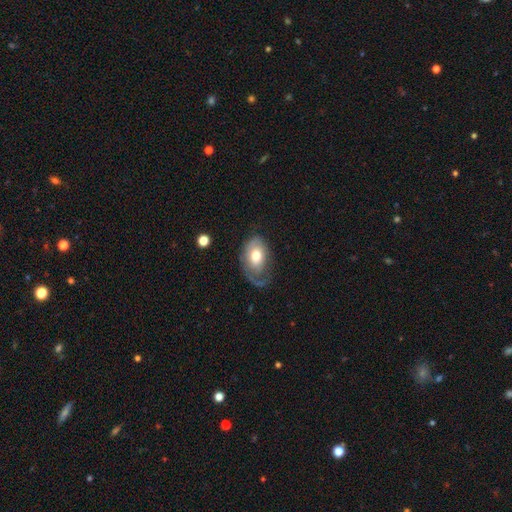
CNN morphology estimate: smooth_or_featured: smooth (p=0.56) [alt: featured or disk p=0.37]
how_rounded: in between (p=0.85) [alt: round p=0.14]
merging: none (p=0.36) [alt: major disturbance p=0.33]